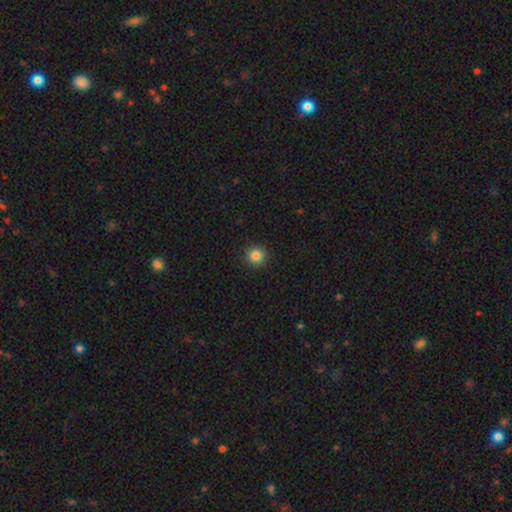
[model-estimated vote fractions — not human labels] Smooth or featured? smooth (84%)
How rounded? round (94%)
Merging? none (91%)